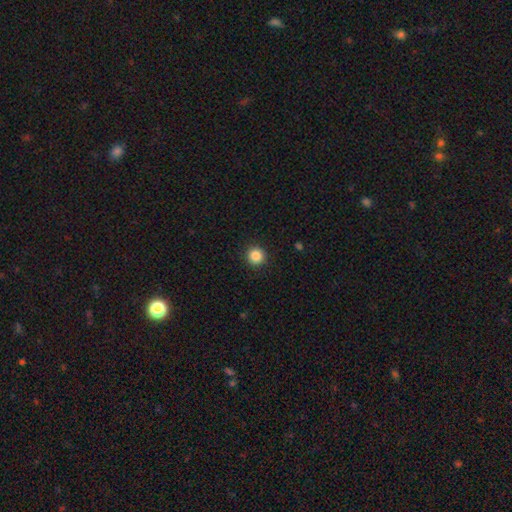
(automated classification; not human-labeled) smooth-or-featured: smooth: 86% | star or artifact: 10% | featured or disk: 4%
  how-rounded: round: 95% | in between: 4% | cigar-shaped: 1%
  merging: none: 92% | minor disturbance: 5% | major disturbance: 2% | merger: 1%